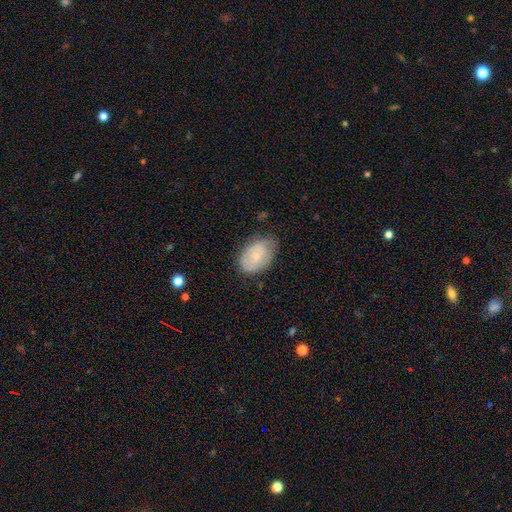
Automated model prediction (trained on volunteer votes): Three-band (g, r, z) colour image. It shows a smooth galaxy with no disk features (69%) that is in between round and cigar-shaped (87%). Merging: none (62%).